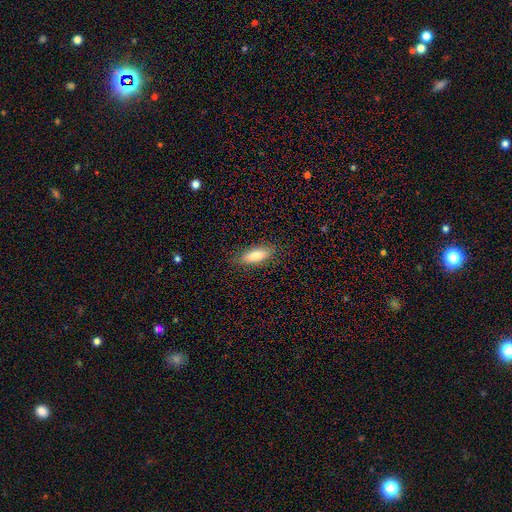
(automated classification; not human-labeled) A smooth galaxy with no disk features (78%) that is in between round and cigar-shaped (64%).

Vote fractions:
- Smooth or featured? smooth: 78% / featured or disk: 15% / star or artifact: 7%
- How rounded? in between: 64% / cigar-shaped: 34% / round: 2%
- Merging? none: 87% / minor disturbance: 10% / major disturbance: 2% / merger: 1%